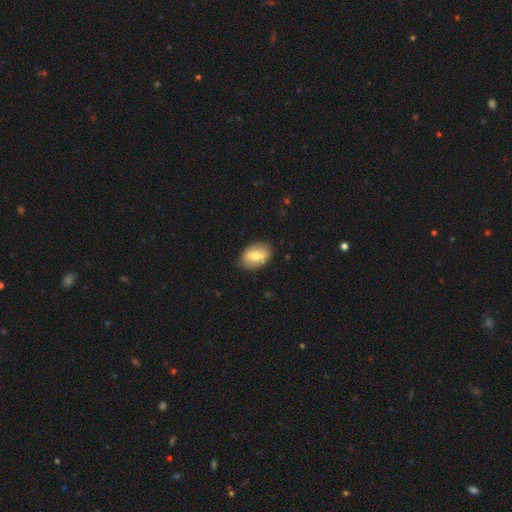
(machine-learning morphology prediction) This is possibly a smooth galaxy (57%). How rounded: clearly in between (82%). Merging: clearly none (85%).